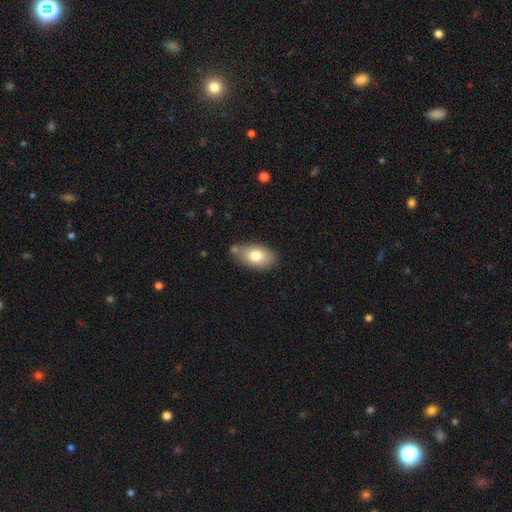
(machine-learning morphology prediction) Overall: smooth (77%). How rounded: in between (91%). Merging: none (73%).